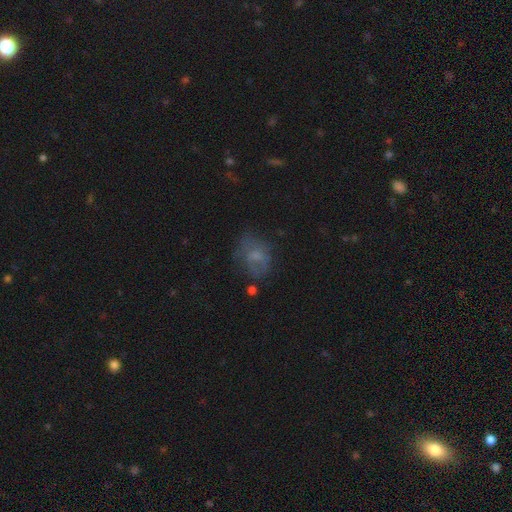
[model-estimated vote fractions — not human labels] The model was most divided on "smooth or featured": smooth: 51%, featured or disk: 33%, star or artifact: 16%. More confident: how rounded — in between (60%); merging — none (52%).